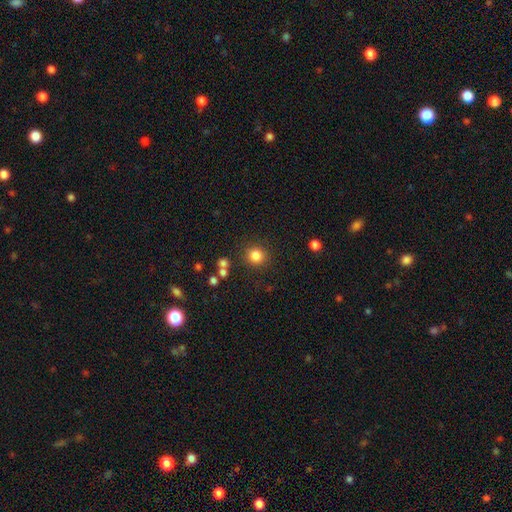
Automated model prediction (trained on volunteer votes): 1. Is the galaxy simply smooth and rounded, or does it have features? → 83% smooth, 12% star or artifact, 5% featured or disk.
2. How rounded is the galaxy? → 88% round, 11% in between, 1% cigar-shaped.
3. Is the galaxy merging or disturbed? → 85% none, 8% minor disturbance, 4% merger, 3% major disturbance.